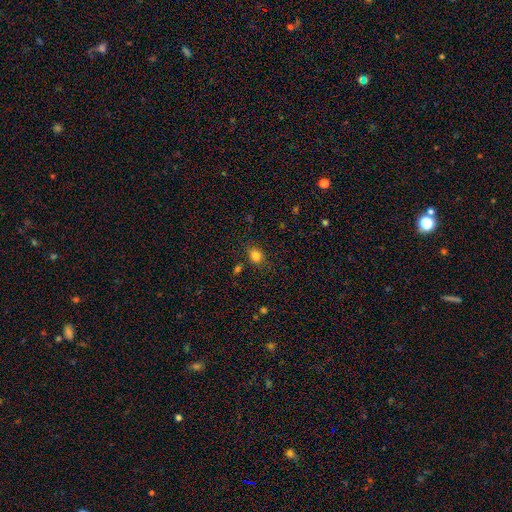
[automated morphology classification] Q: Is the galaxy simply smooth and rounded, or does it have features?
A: smooth — 82%.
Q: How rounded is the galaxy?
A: in between — 54%.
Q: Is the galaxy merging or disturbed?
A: none — 78%.